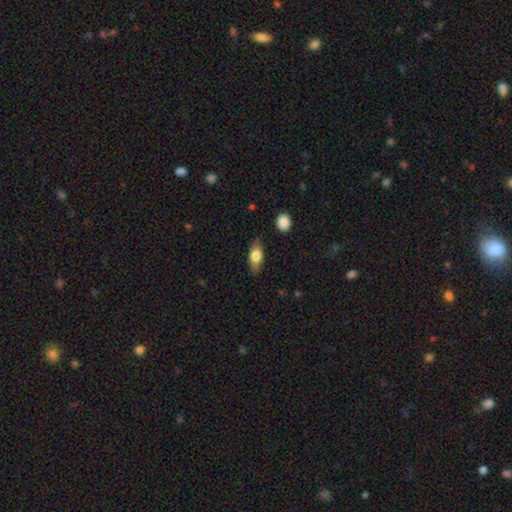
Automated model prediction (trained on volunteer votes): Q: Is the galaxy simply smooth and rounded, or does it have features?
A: smooth — 70%.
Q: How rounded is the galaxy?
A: in between — 77%.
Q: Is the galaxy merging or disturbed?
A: none — 83%.